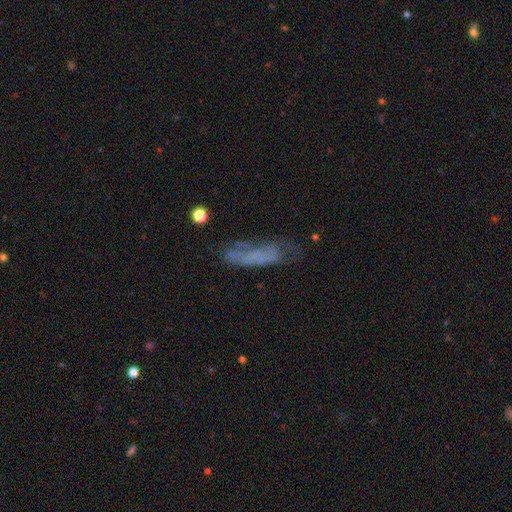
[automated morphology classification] Q: Smooth or featured?
A: smooth (44%); runner-up: featured or disk (41%)
Q: Merging?
A: none (49%); runner-up: minor disturbance (26%)